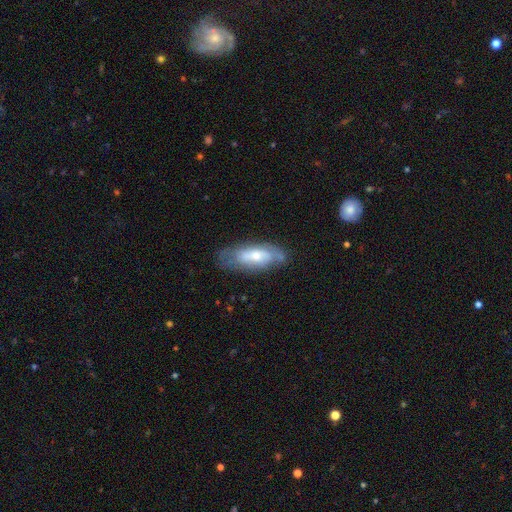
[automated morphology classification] A featured or disk galaxy (50%).

Vote fractions:
- Smooth or featured? featured or disk: 50% / smooth: 43% / star or artifact: 7%
- Edge-on disk? no: 78% / yes: 22%
- Merging? none: 64% / minor disturbance: 25% / major disturbance: 9% / merger: 2%